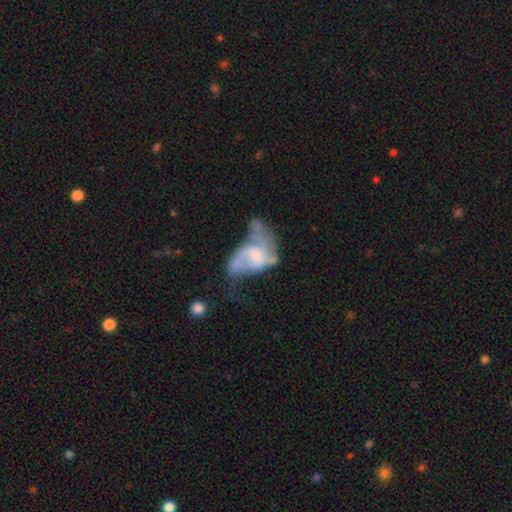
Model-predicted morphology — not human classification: Smooth or featured? featured or disk (67%)
Edge-on disk? no (97%)
Bar? no (69%)
Spiral arms? yes (58%)
Bulge size? small (53%)
Merging? major disturbance (45%)